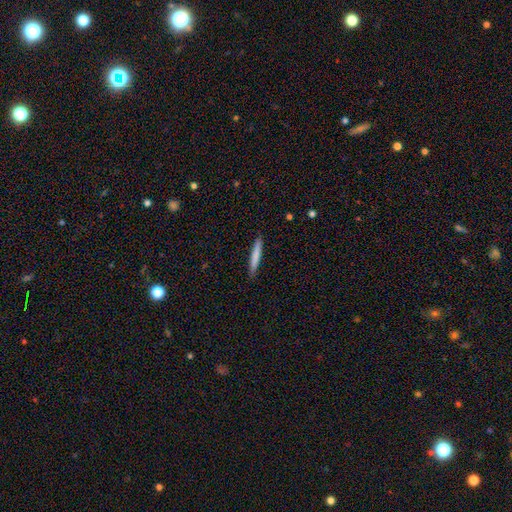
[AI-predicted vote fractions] A smooth galaxy with no disk features (76%) that is cigar-shaped (95%).

Vote fractions:
- Smooth or featured? smooth: 76% / featured or disk: 18% / star or artifact: 5%
- How rounded? cigar-shaped: 95% / in between: 4% / round: 1%
- Merging? none: 90% / minor disturbance: 8% / major disturbance: 1% / merger: 1%